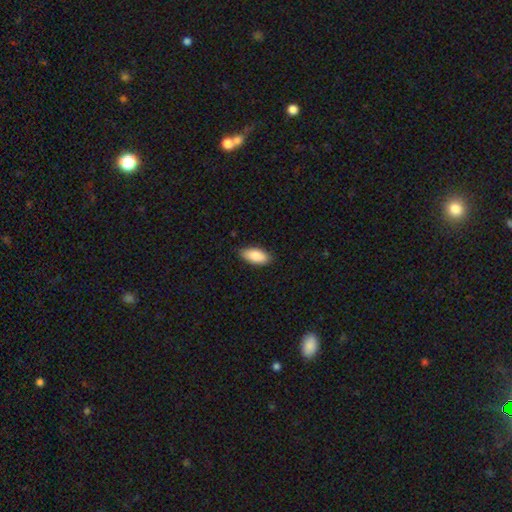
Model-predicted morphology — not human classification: type=smooth (89%); roundness=in between (91%); merging=none (85%).